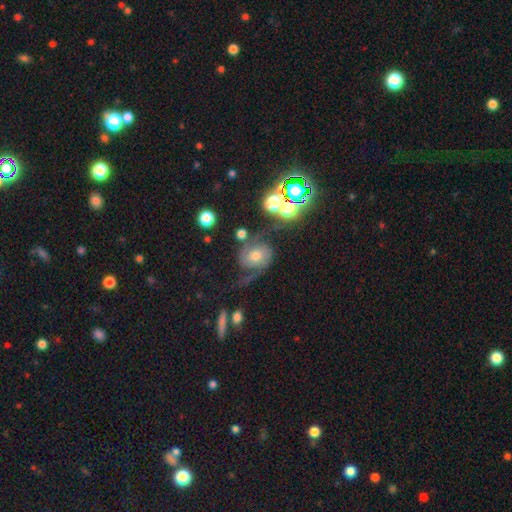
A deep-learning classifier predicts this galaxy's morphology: This is likely a featured or disk galaxy (72%). It is clearly not viewed edge-on (97%). Bar: likely no (67%). Spiral arm pattern: clearly yes (94%). Spiral arm count: clearly 2 (89%). Spiral winding: possibly medium (48%). Central bulge: likely moderate (65%). Merging: possibly none (55%).